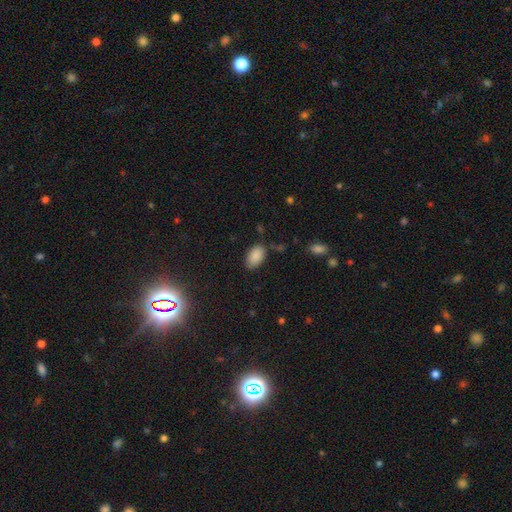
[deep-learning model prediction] smooth-or-featured: smooth: 88% | star or artifact: 8% | featured or disk: 4%
  how-rounded: in between: 93% | round: 6% | cigar-shaped: 1%
  merging: none: 78% | minor disturbance: 16% | major disturbance: 4% | merger: 2%